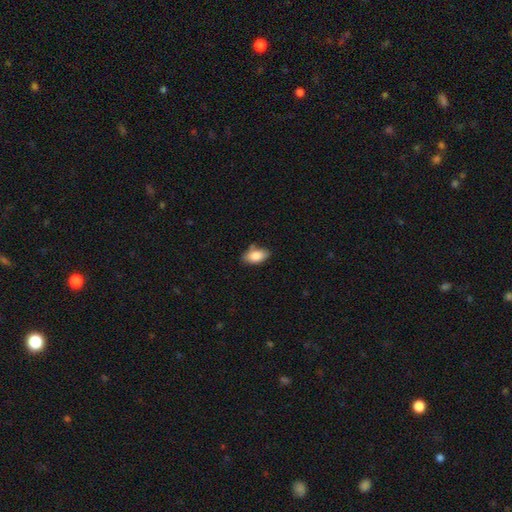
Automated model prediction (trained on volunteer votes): smooth-or-featured: smooth: 85% | featured or disk: 8% | star or artifact: 7%
  how-rounded: in between: 92% | round: 5% | cigar-shaped: 3%
  merging: none: 73% | minor disturbance: 19% | merger: 5% | major disturbance: 3%